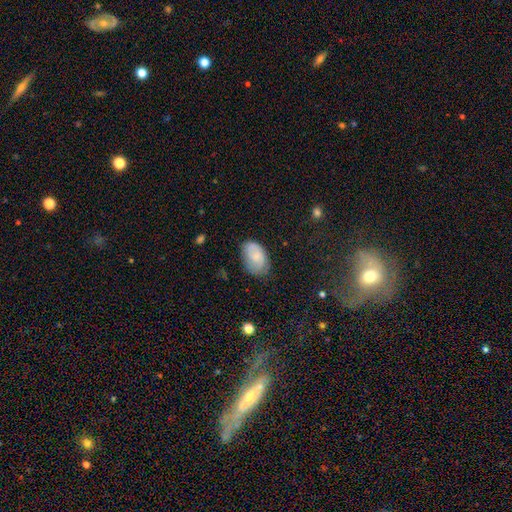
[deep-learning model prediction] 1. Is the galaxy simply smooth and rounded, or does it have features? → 76% smooth, 17% featured or disk, 7% star or artifact.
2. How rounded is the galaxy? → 92% in between, 6% round, 1% cigar-shaped.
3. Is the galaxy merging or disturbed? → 67% none, 25% minor disturbance, 6% major disturbance, 2% merger.